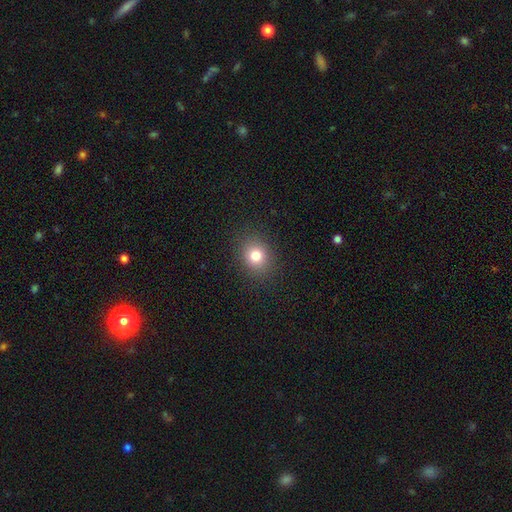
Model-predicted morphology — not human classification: Smooth or featured? Predicted: smooth (p=0.79). How rounded? Predicted: round (p=0.68). Merging? Predicted: none (p=0.89).